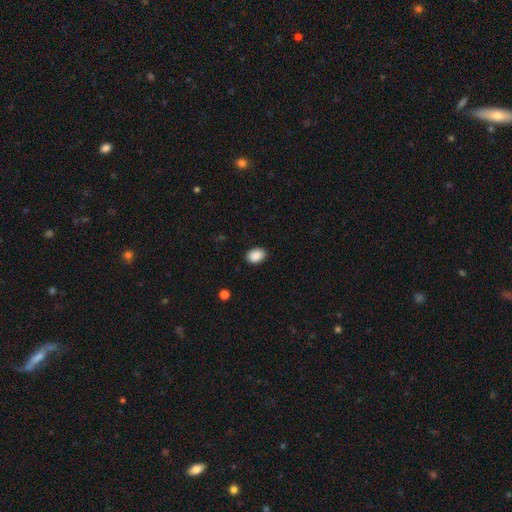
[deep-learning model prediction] This appears to be a smooth galaxy with no disk features (90%) that is in between round and cigar-shaped (76%). Merging: none (89%).